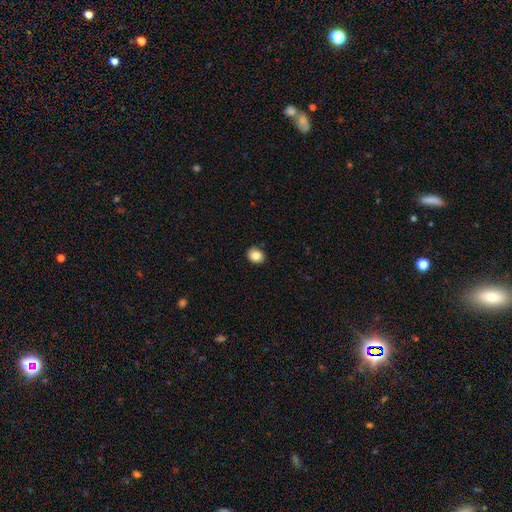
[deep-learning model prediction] This is clearly a smooth galaxy (85%). How rounded: likely round (60%). Merging: clearly none (88%).